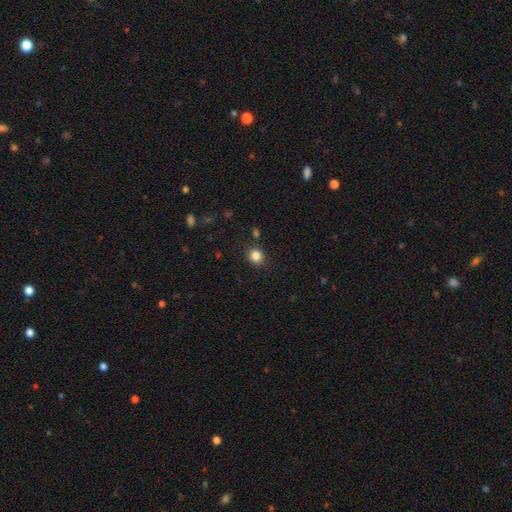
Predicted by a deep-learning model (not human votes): This appears to be a smooth galaxy with no disk features (84%) that is round (84%). Merging: none (87%).